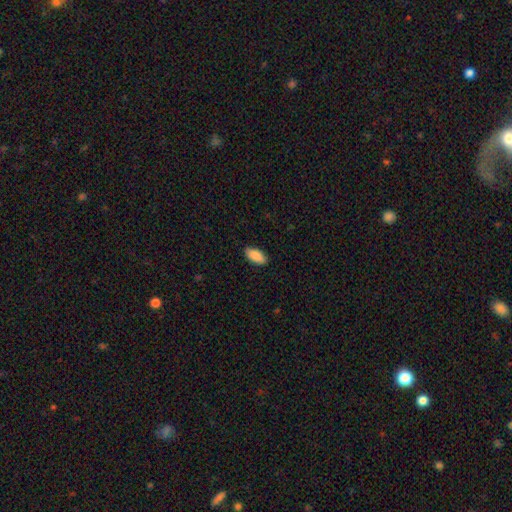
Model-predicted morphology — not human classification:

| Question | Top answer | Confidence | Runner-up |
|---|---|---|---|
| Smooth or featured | smooth | 90% | star or artifact (6%) |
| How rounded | in between | 91% | cigar-shaped (7%) |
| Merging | none | 87% | minor disturbance (10%) |